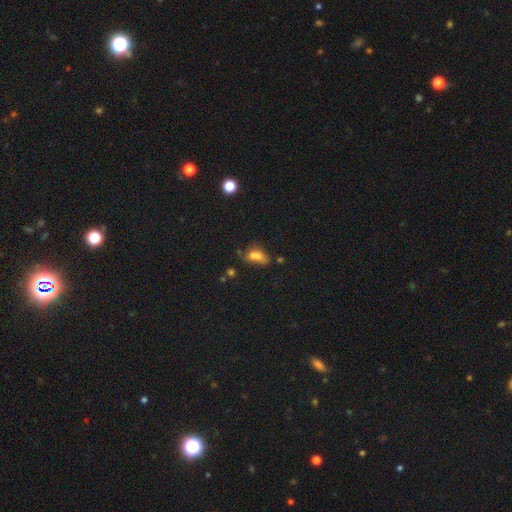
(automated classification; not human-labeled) smooth 69%, featured or disk 17%, star or artifact 14%. Down the decision tree: how rounded — in between (82%); merging — none (31%).